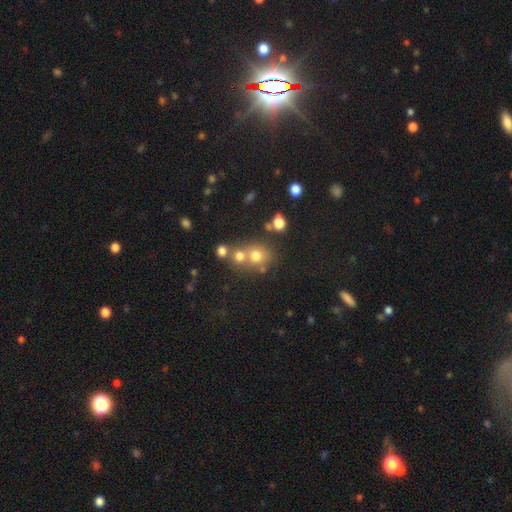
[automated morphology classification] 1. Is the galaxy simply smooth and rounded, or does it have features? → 69% smooth, 18% star or artifact, 14% featured or disk.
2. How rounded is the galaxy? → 79% round, 20% in between, 1% cigar-shaped.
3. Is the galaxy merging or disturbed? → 48% none, 39% merger, 9% minor disturbance, 4% major disturbance.